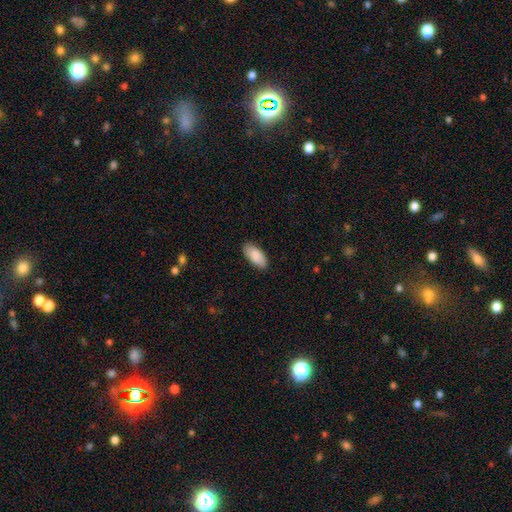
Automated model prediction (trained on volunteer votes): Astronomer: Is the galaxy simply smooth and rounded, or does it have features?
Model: smooth — 90%.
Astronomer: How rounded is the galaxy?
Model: in between — 92%.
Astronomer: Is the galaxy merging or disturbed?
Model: none — 86%.